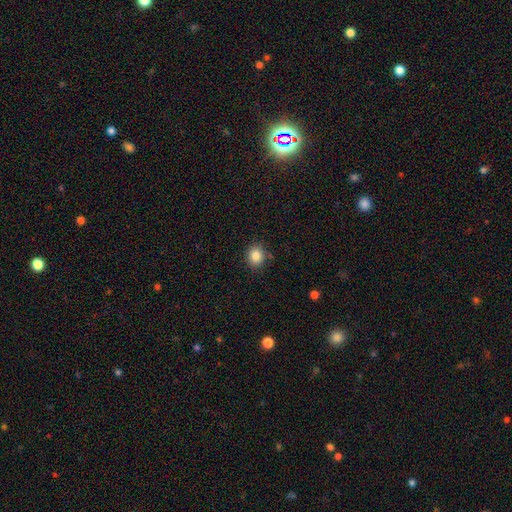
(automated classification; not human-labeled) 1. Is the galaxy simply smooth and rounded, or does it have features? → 84% smooth, 10% star or artifact, 6% featured or disk.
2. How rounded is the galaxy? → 76% round, 23% in between, 1% cigar-shaped.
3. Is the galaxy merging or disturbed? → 85% none, 11% minor disturbance, 3% major disturbance, 2% merger.